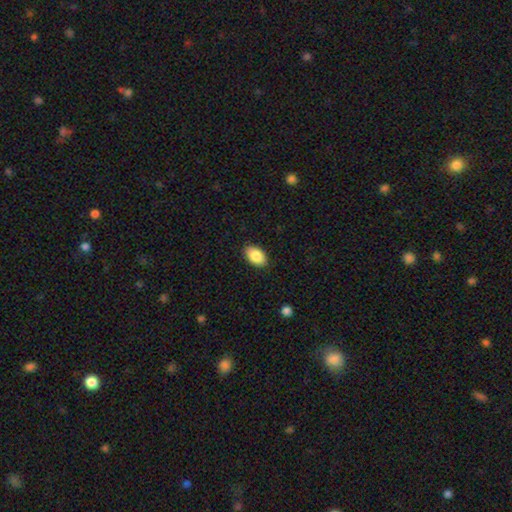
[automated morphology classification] The model was most divided on "merging": none: 88%, minor disturbance: 9%, major disturbance: 2%, merger: 1%. More confident: how rounded — in between (92%); smooth or featured — smooth (89%).